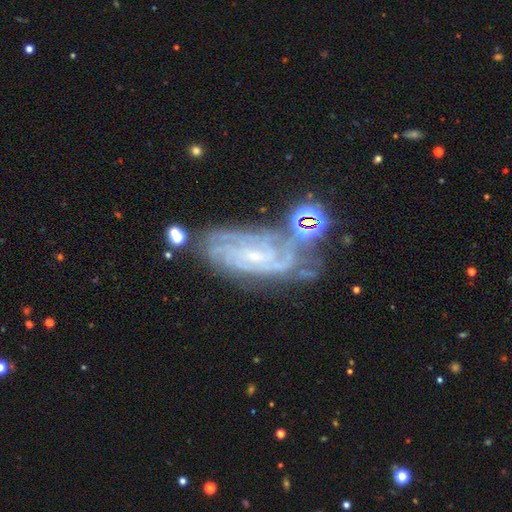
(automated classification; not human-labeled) A featured or disk galaxy (85%) with no bar (57%), tight (72%) spiral arms (97%) and a small central bulge (82%). Merging: none (55%).